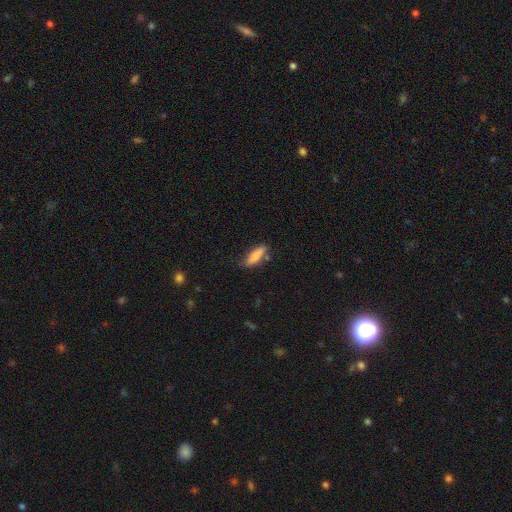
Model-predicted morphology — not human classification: smooth 83%, featured or disk 11%, star or artifact 6%. Down the decision tree: how rounded — cigar-shaped (49%, tied with in between); merging — none (68%).